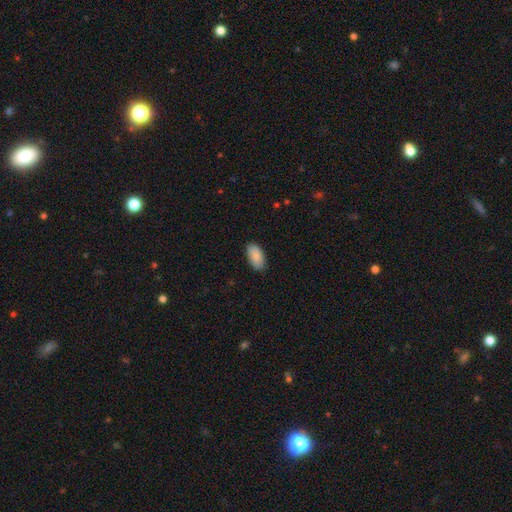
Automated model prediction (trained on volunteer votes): Smooth or featured?
  - smooth: 89% *
  - star or artifact: 6%
  - featured or disk: 4%
How rounded?
  - in between: 95% *
  - cigar-shaped: 3%
  - round: 2%
Merging?
  - none: 87% *
  - minor disturbance: 10%
  - major disturbance: 2%
  - merger: 1%